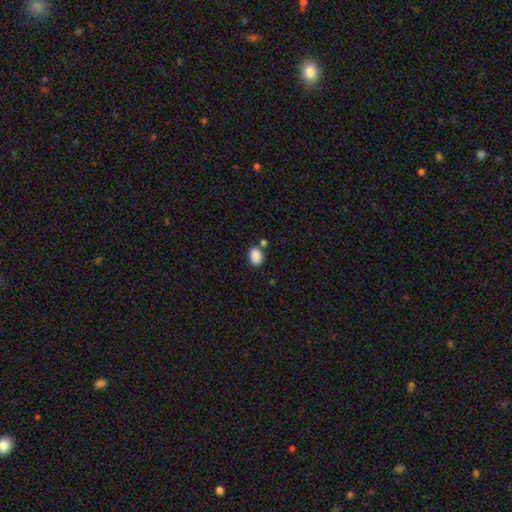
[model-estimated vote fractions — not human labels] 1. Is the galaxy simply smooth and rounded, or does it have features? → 88% smooth, 9% star or artifact, 3% featured or disk.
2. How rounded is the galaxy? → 65% in between, 34% round, 1% cigar-shaped.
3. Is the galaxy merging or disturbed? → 70% none, 14% merger, 12% minor disturbance, 4% major disturbance.